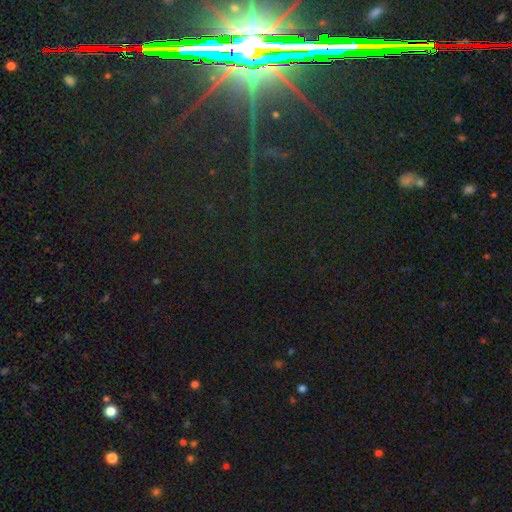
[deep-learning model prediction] star or artifact 83%, featured or disk 9%, smooth 8%.